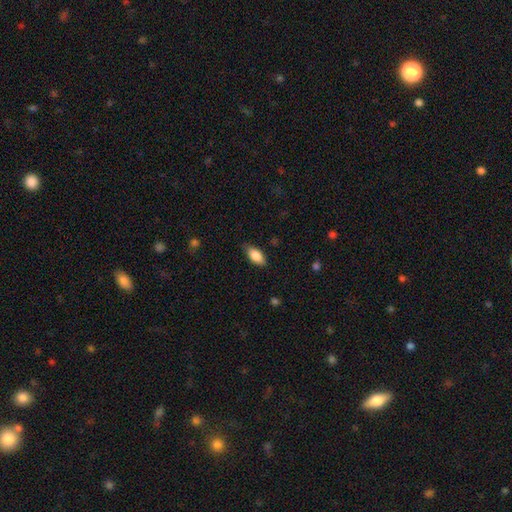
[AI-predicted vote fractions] This appears to be a smooth galaxy with no disk features (86%) that is in between round and cigar-shaped (89%). Merging: none (81%).